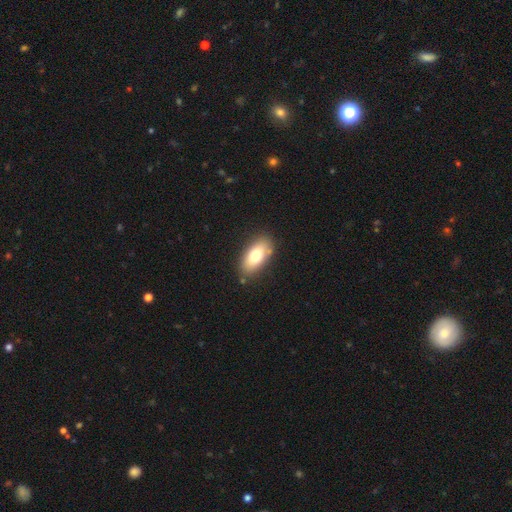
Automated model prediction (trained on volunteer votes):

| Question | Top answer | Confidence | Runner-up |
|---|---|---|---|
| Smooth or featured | smooth | 73% | featured or disk (19%) |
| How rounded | in between | 88% | cigar-shaped (8%) |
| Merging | none | 82% | minor disturbance (12%) |